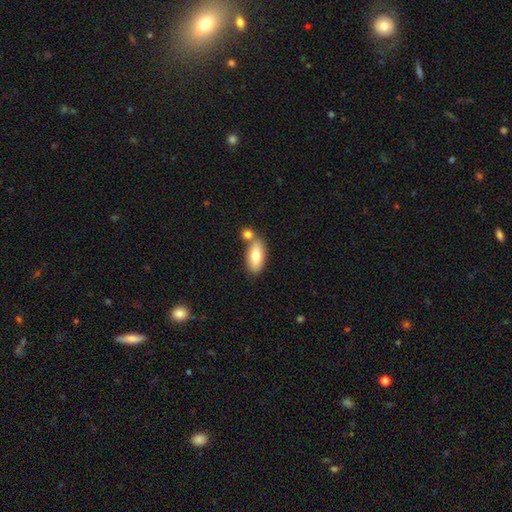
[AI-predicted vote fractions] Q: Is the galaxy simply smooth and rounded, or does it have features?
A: smooth — 74%.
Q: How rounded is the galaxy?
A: in between — 89%.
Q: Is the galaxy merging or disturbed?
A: none — 58%.